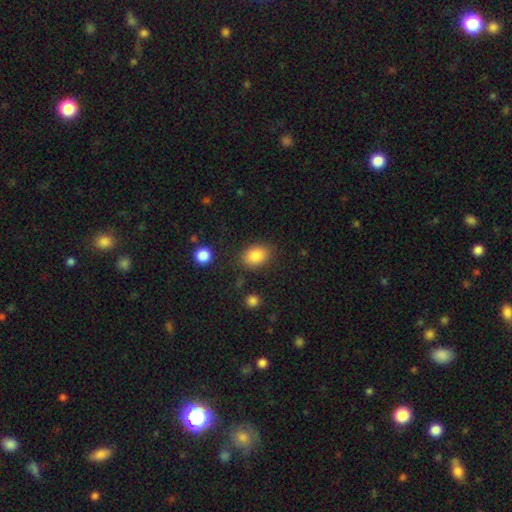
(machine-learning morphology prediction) Q: Smooth or featured?
A: smooth (86%); runner-up: star or artifact (8%)
Q: How rounded?
A: in between (75%); runner-up: round (24%)
Q: Merging?
A: none (81%); runner-up: minor disturbance (13%)